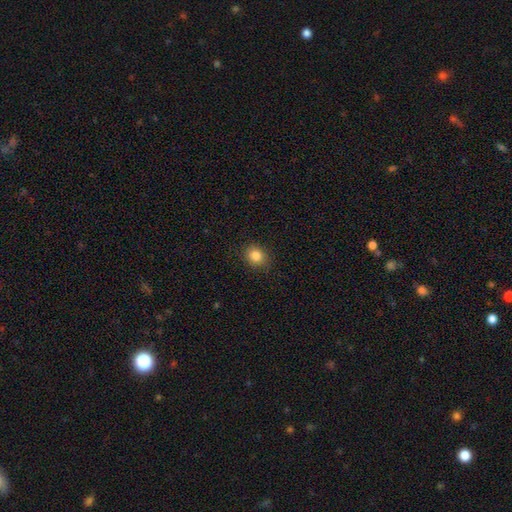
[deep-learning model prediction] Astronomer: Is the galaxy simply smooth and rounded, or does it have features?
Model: smooth — 84%.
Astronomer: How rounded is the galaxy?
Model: round — 71%.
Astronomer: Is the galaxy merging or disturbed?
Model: none — 88%.